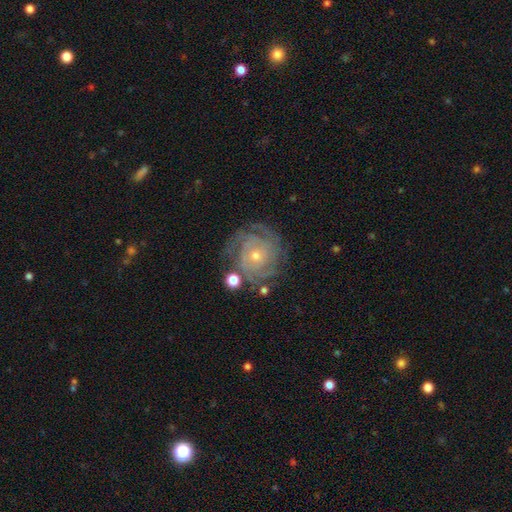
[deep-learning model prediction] smooth-or-featured: featured or disk: 86% | star or artifact: 7% | smooth: 7%
  disk-edge-on: no: 98% | yes: 2%
    bar: no: 76% | weak: 19% | strong: 5%
    has-spiral-arms: yes: 97% | no: 3%
      spiral-winding: tight: 77% | medium: 19% | loose: 4%
      spiral-arm-count: can't tell: 25% (tied) | 3: 25% (tied) | 4: 22% | 2: 13% | more than 4: 8% | 1: 6%
    bulge-size: small: 63% | moderate: 34% | large: 1% | none: 1% | dominant: 1%
  merging: none: 74% | minor disturbance: 15% | major disturbance: 6% | merger: 4%